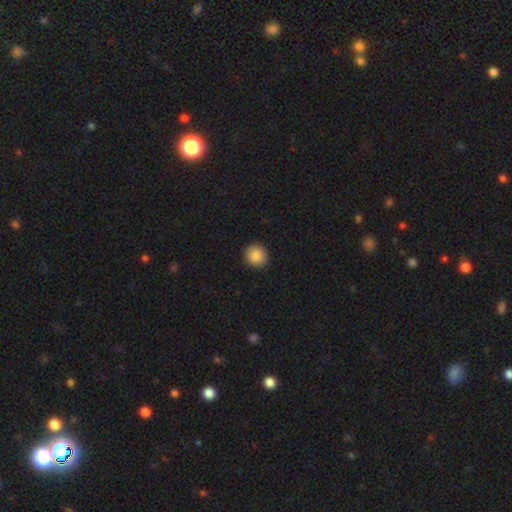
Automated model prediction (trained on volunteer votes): smooth-or-featured: smooth: 88% | star or artifact: 8% | featured or disk: 4%
  how-rounded: round: 95% | in between: 4% | cigar-shaped: 1%
  merging: none: 93% | minor disturbance: 5% | major disturbance: 2% | merger: 1%